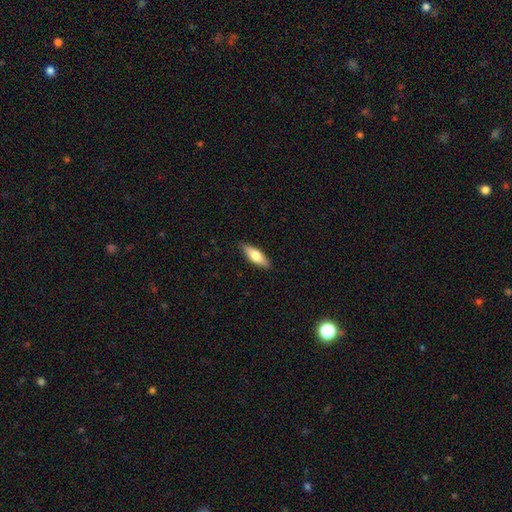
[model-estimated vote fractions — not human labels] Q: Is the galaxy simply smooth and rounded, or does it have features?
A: smooth — 70%.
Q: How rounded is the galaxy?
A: in between — 59%.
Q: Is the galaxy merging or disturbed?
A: none — 88%.